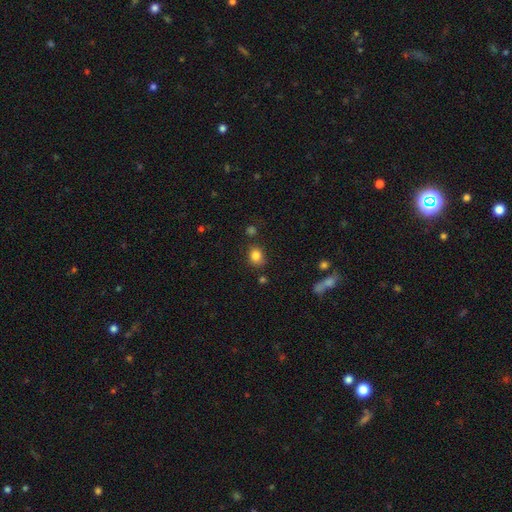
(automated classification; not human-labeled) A smooth galaxy with no disk features (83%) that is round (59%).

Vote fractions:
- Smooth or featured? smooth: 83% / star or artifact: 11% / featured or disk: 6%
- How rounded? round: 59% / in between: 40% / cigar-shaped: 1%
- Merging? none: 78% / minor disturbance: 14% / merger: 4% / major disturbance: 4%